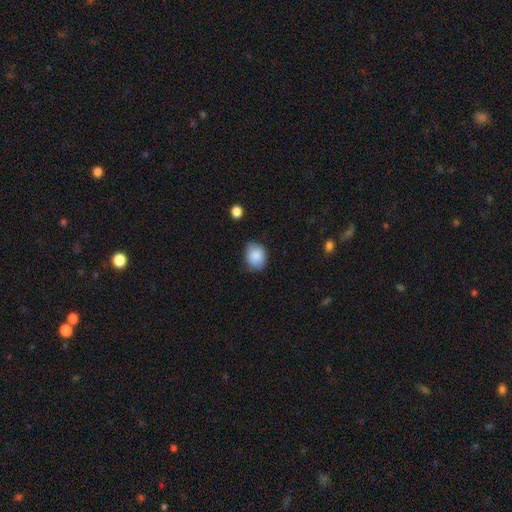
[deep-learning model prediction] This appears to be a smooth galaxy with no disk features (86%) that is in between round and cigar-shaped (56%). Merging: none (68%).